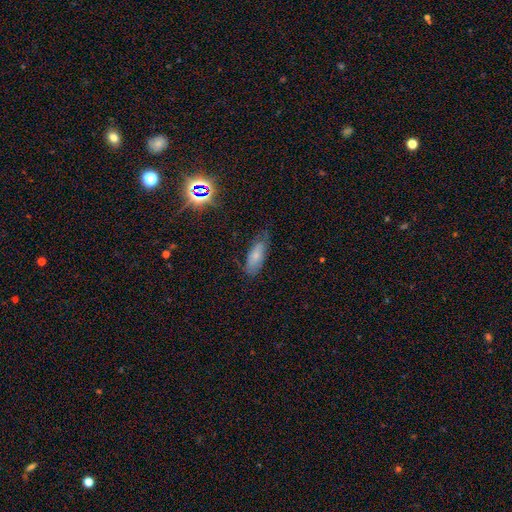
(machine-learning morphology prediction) smooth-or-featured: smooth: 65% | featured or disk: 25% | star or artifact: 11%
  how-rounded: in between: 73% | cigar-shaped: 25% | round: 3%
  merging: none: 63% | minor disturbance: 28% | major disturbance: 7% | merger: 2%